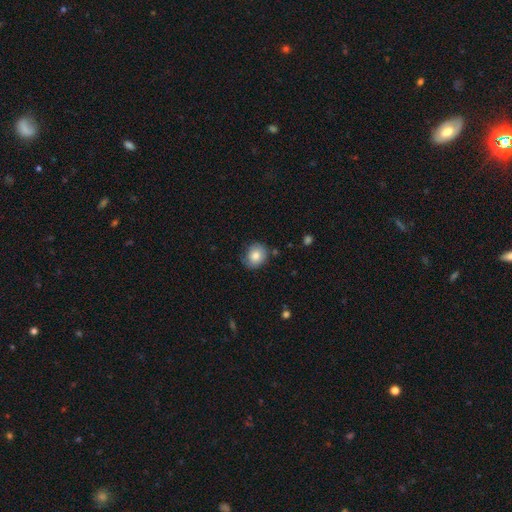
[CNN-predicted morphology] Smooth or featured?
  - smooth: 78% *
  - featured or disk: 14%
  - star or artifact: 8%
How rounded?
  - round: 72% *
  - in between: 27%
  - cigar-shaped: 1%
Merging?
  - none: 68% *
  - minor disturbance: 23%
  - major disturbance: 6%
  - merger: 2%